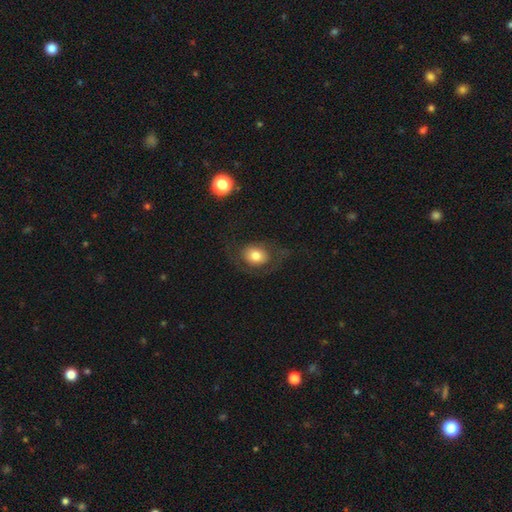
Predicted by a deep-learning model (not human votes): smooth 64%, featured or disk 27%, star or artifact 9%. Down the decision tree: how rounded — in between (56%); merging — none (58%).